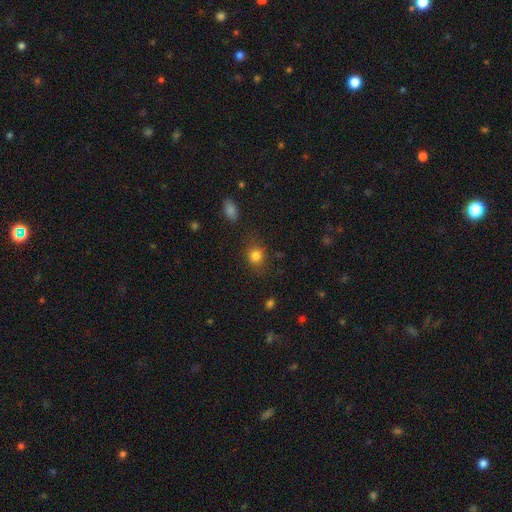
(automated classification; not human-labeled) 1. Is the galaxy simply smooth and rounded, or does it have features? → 81% smooth, 13% star or artifact, 6% featured or disk.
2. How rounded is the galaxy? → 75% round, 24% in between, 1% cigar-shaped.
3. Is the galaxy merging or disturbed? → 80% none, 13% minor disturbance, 5% major disturbance, 3% merger.